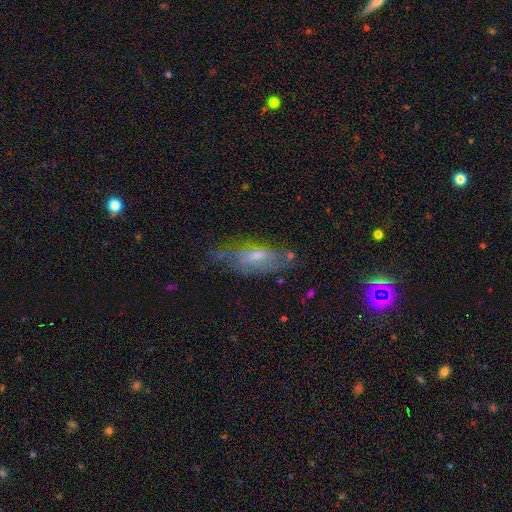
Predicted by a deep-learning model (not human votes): smooth-or-featured: featured or disk: 55% | smooth: 34% | star or artifact: 11%
  disk-edge-on: no: 75% | yes: 25%
  merging: none: 60% | minor disturbance: 26% | major disturbance: 12% | merger: 3%